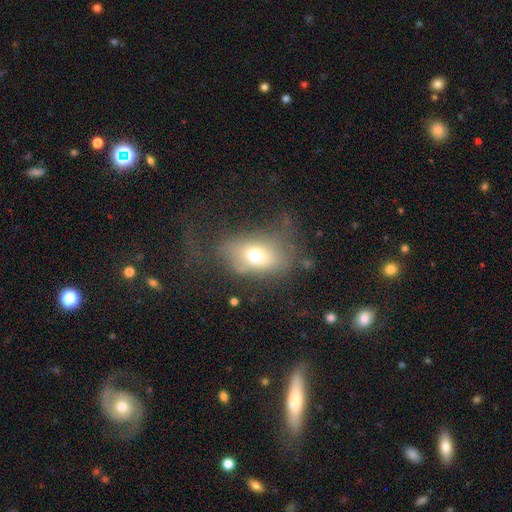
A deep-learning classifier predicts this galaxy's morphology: smooth 64%, featured or disk 24%, star or artifact 12%. Down the decision tree: how rounded — in between (78%); merging — none (42%).